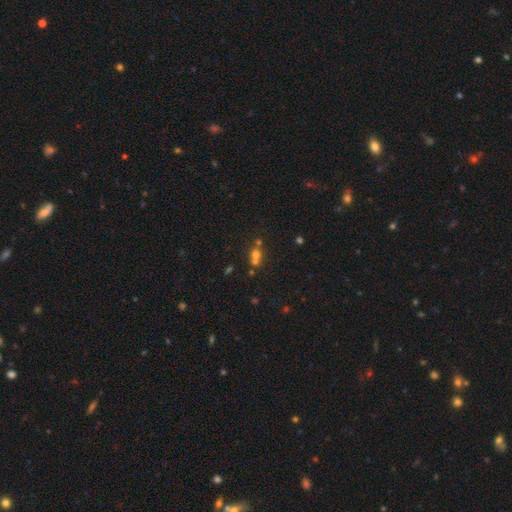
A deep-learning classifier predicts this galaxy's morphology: Overall: smooth (58%; star or artifact 22%). How rounded: round (73%). Merging: merger (49%; none 40%).